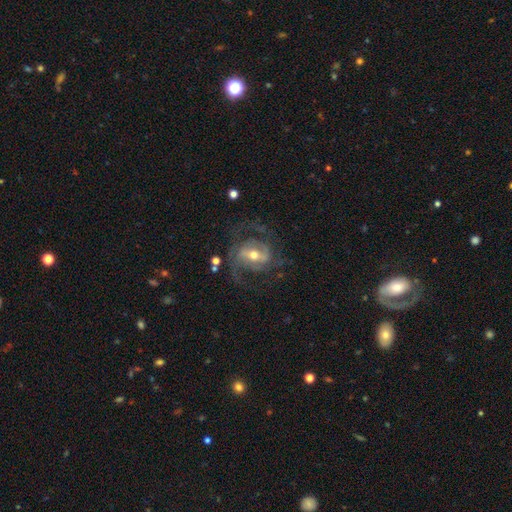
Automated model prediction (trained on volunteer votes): Q: Smooth or featured?
A: featured or disk (84%); runner-up: smooth (8%)
Q: Edge-on disk?
A: no (97%); runner-up: yes (3%)
Q: Bar?
A: weak (41%); runner-up: strong (34%)
Q: Spiral arms?
A: yes (92%); runner-up: no (8%)
Q: Spiral winding?
A: medium (52%); runner-up: tight (26%)
Q: Spiral arm count?
A: 2 (72%); runner-up: can't tell (11%)
Q: Bulge size?
A: moderate (60%); runner-up: small (32%)
Q: Merging?
A: none (66%); runner-up: major disturbance (17%)